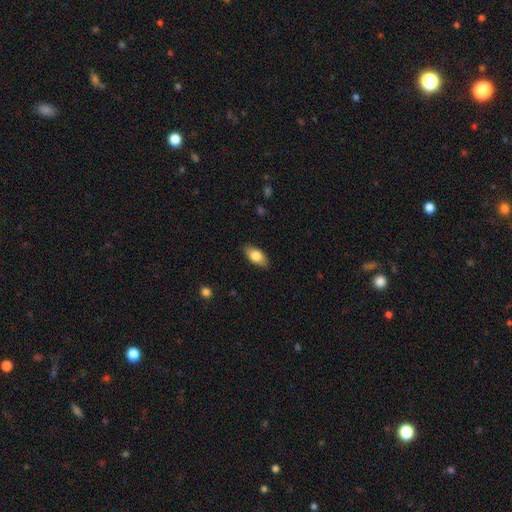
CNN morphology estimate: Smooth or featured? smooth (79%)
How rounded? in between (89%)
Merging? none (86%)